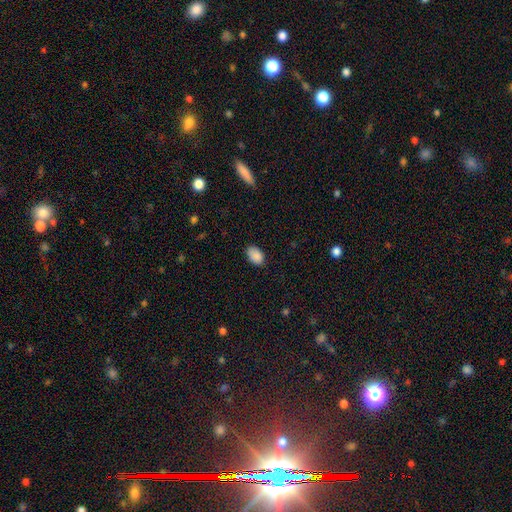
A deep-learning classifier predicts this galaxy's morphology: A smooth galaxy with no disk features (89%) that is in between round and cigar-shaped (89%). Merging: none (82%).